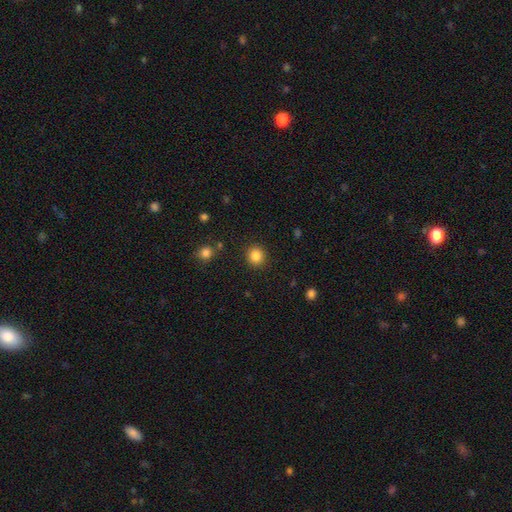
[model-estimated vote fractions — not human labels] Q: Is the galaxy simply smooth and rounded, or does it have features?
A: smooth — 85%.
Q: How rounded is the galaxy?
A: round — 90%.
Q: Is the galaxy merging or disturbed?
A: none — 90%.